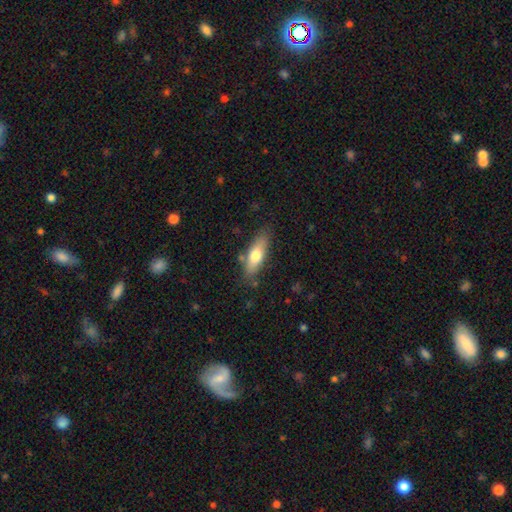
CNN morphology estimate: This appears to be a smooth galaxy with no disk features (68%) that is in between round and cigar-shaped (58%). Merging: none (78%).